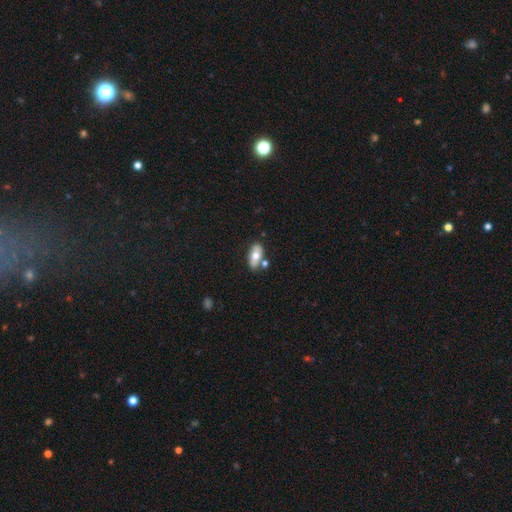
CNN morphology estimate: Smooth or featured? Predicted: smooth (p=0.64). How rounded? Predicted: in between (p=0.85). Merging? Predicted: none (p=0.70).